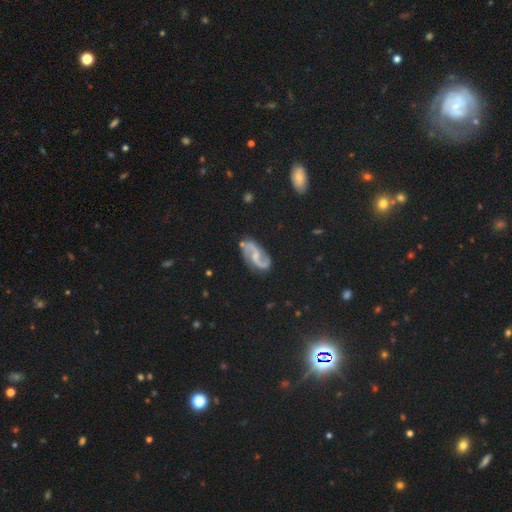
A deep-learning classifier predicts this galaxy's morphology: Overall: featured or disk (87%). Edge-on disk: no (97%). Bar: weak (46%; no 40%). Spiral arms: yes (97%). Spiral arm count: 2 (93%). Spiral winding: loose (51%; medium 39%). Bulge size: small (50%; moderate 32%). Merging: none (75%).